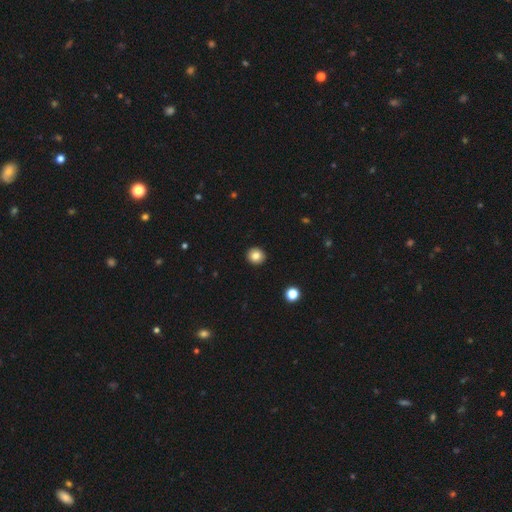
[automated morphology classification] smooth 84%, star or artifact 10%, featured or disk 6%. Down the decision tree: how rounded — round (88%); merging — none (93%).